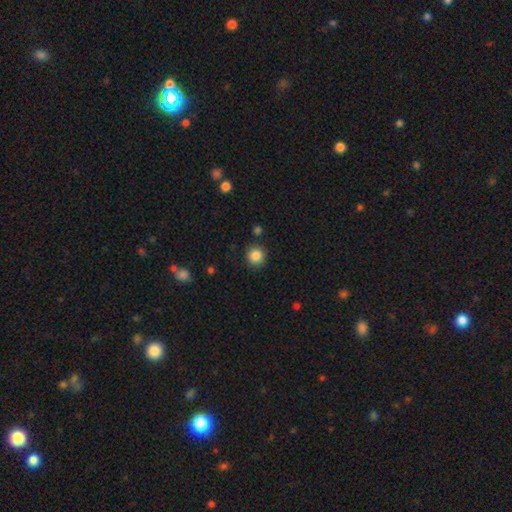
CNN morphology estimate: A smooth galaxy with no disk features (86%) that is round (92%).

Vote fractions:
- Smooth or featured? smooth: 86% / star or artifact: 10% / featured or disk: 4%
- How rounded? round: 92% / in between: 7% / cigar-shaped: 1%
- Merging? none: 89% / minor disturbance: 7% / major disturbance: 2% / merger: 2%